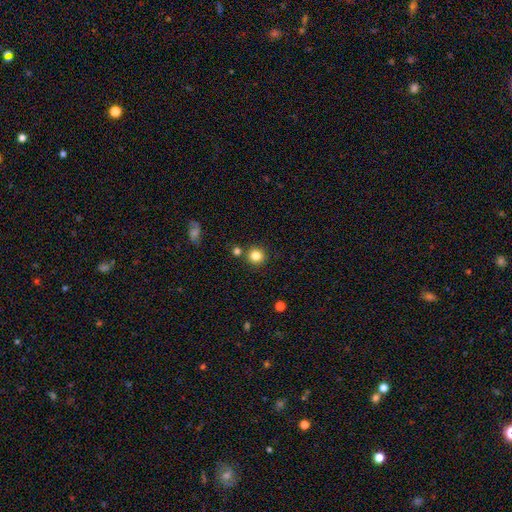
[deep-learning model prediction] The model was most divided on "smooth or featured": smooth: 83%, star or artifact: 12%, featured or disk: 5%. More confident: how rounded — round (93%); merging — none (83%).